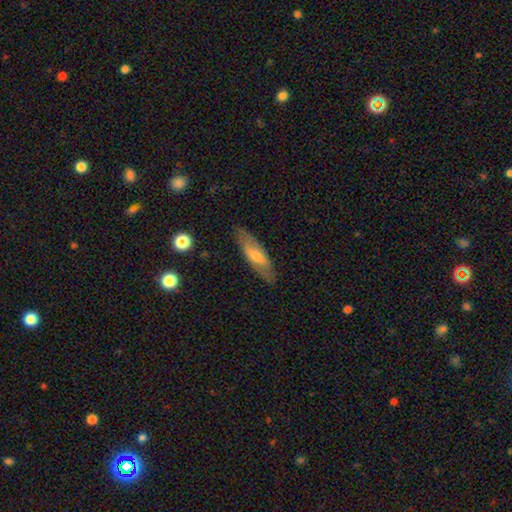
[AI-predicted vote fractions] Morphology: type=smooth (53%); roundness=cigar-shaped (54%); merging=none (83%).